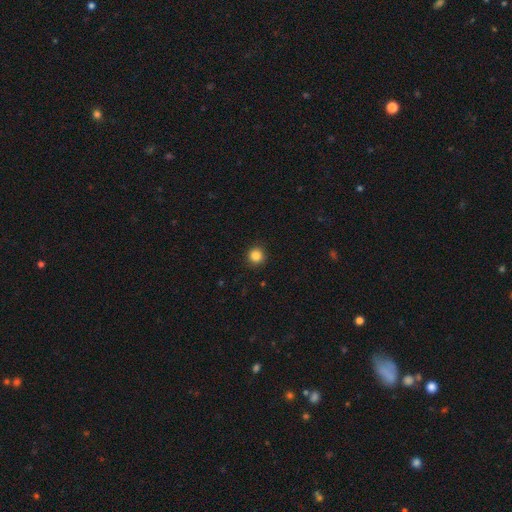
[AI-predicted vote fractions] smooth 84%, star or artifact 11%, featured or disk 4%. Down the decision tree: how rounded — round (95%); merging — none (92%).